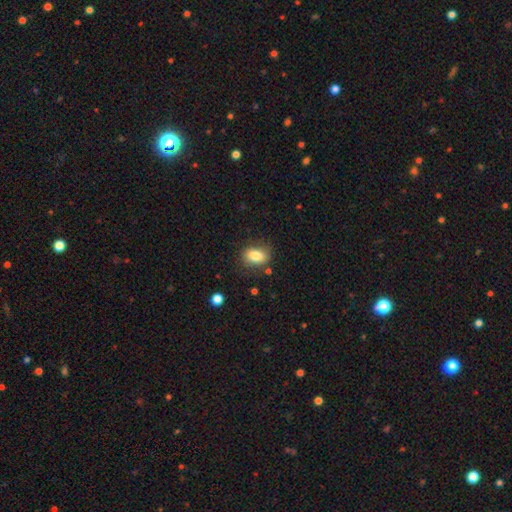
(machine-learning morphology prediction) Q: Smooth or featured?
A: smooth (83%); runner-up: star or artifact (9%)
Q: How rounded?
A: in between (75%); runner-up: round (23%)
Q: Merging?
A: none (79%); runner-up: minor disturbance (14%)